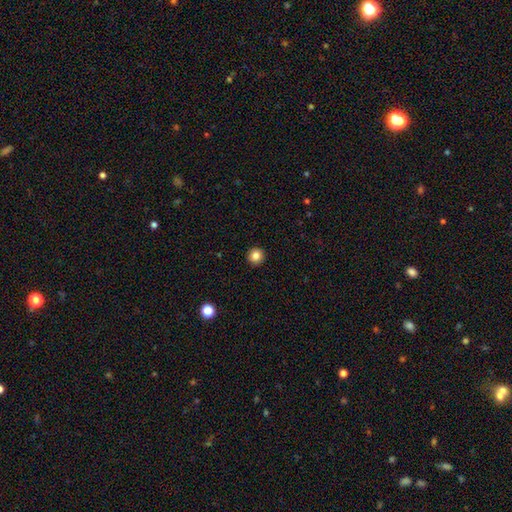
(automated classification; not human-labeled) Smooth or featured? Predicted: smooth (p=0.84). How rounded? Predicted: round (p=0.94). Merging? Predicted: none (p=0.93).